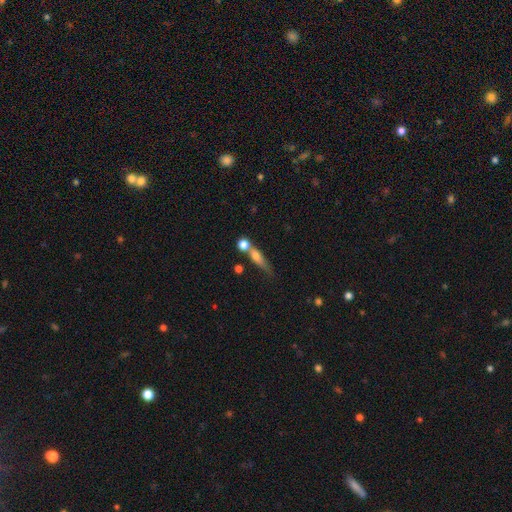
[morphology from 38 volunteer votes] Overall: smooth (50%; featured or disk 39%). How rounded: cigar-shaped (74%). Merging: none (59%; minor disturbance 21%).